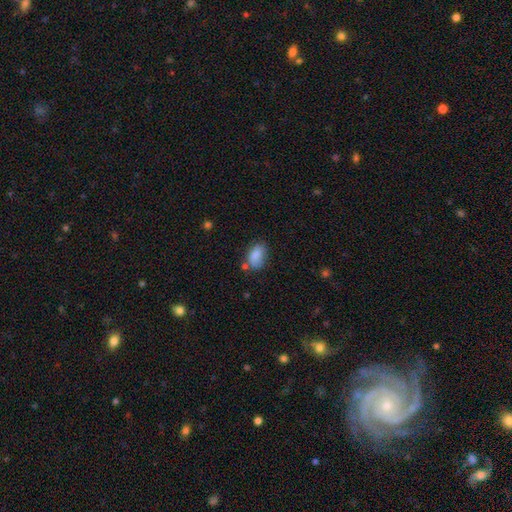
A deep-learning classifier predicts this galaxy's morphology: This appears to be a smooth galaxy with no disk features (83%) that is in between round and cigar-shaped (88%). Merging: none (58%).